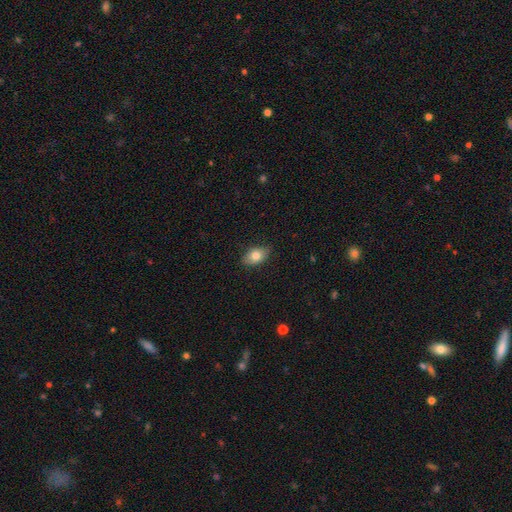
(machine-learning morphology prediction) type=smooth (79%); roundness=in between (86%); merging=none (81%).